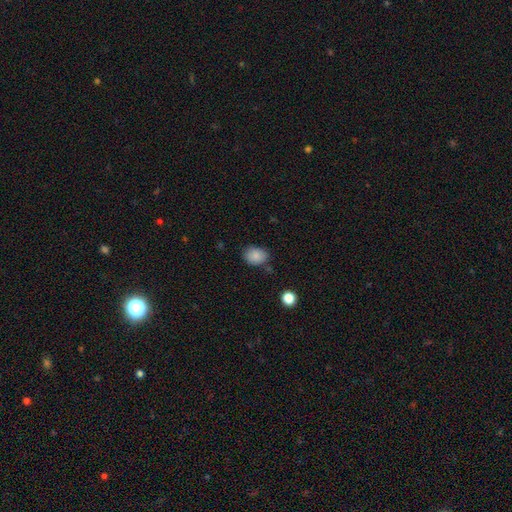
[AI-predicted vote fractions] Morphology: type=smooth (86%); roundness=in between (56%); merging=none (75%).